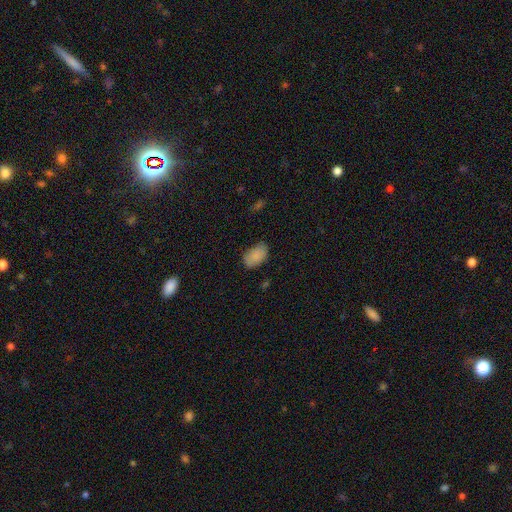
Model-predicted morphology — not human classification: type=smooth (87%); roundness=in between (93%); merging=none (78%).